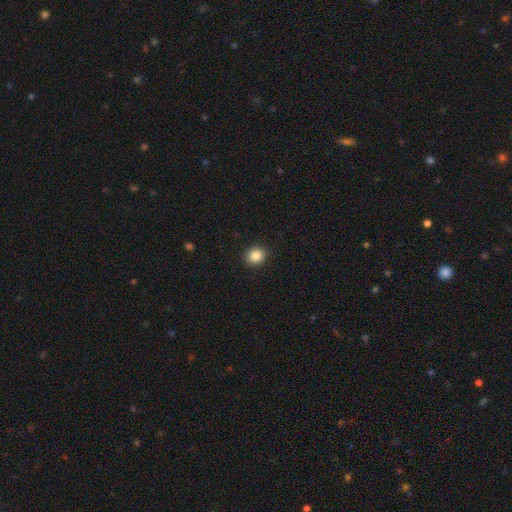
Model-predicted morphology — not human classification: Smooth or featured? smooth (86%)
How rounded? round (80%)
Merging? none (92%)